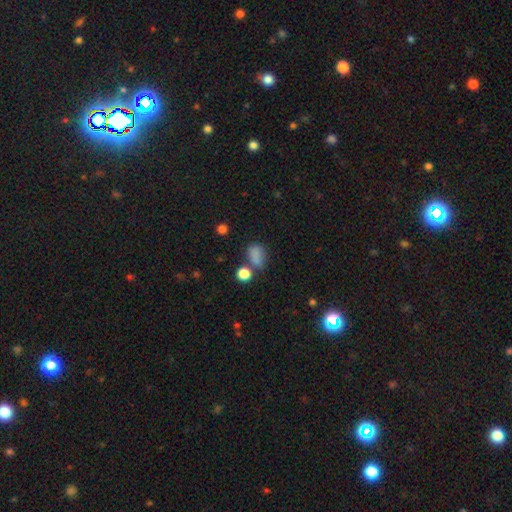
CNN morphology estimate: Overall: smooth (77%). How rounded: in between (73%). Merging: none (50%; minor disturbance 21%).